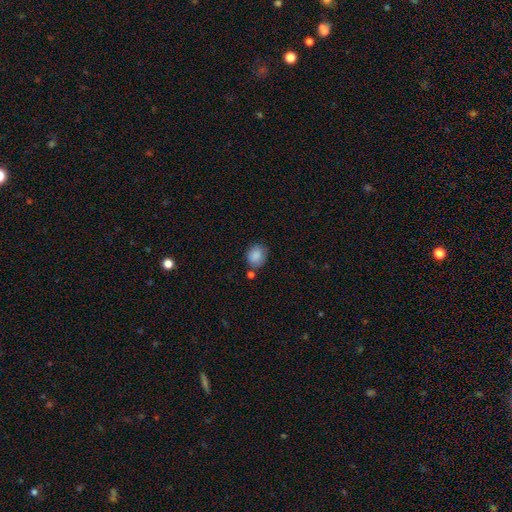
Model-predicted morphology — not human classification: Overall: smooth (87%). How rounded: round (55%; in between 44%). Merging: none (69%).